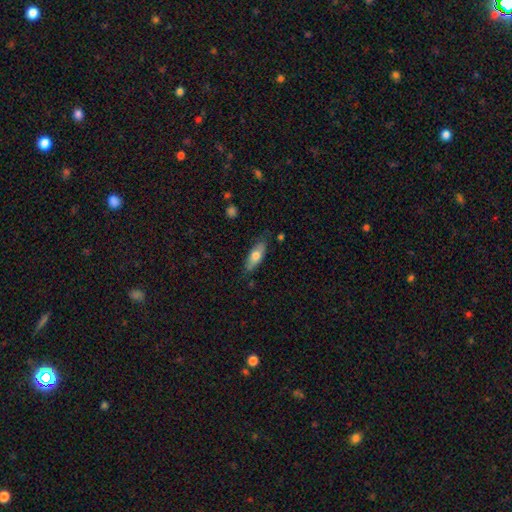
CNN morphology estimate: Smooth or featured? Predicted: smooth (p=0.67). How rounded? Predicted: in between (p=0.67). Merging? Predicted: none (p=0.76).